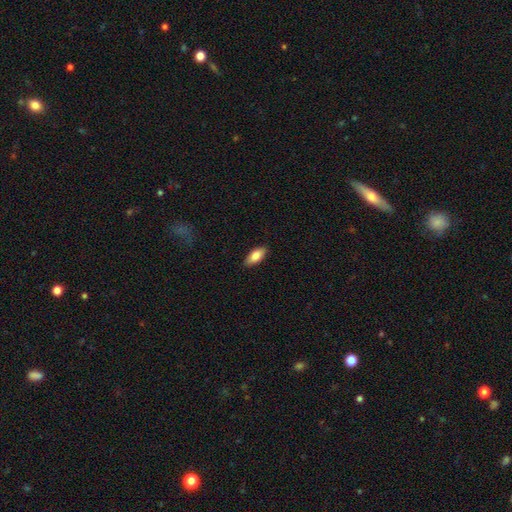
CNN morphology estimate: Overall: smooth (82%). How rounded: in between (85%). Merging: none (88%).